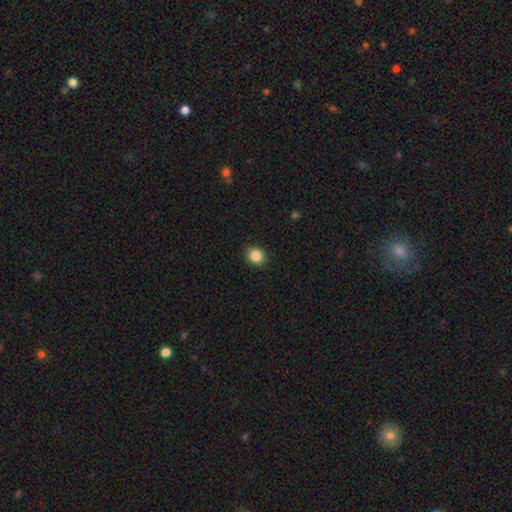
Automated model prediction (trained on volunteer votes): Q: Smooth or featured?
A: smooth (86%); runner-up: star or artifact (10%)
Q: How rounded?
A: round (74%); runner-up: in between (25%)
Q: Merging?
A: none (90%); runner-up: minor disturbance (7%)